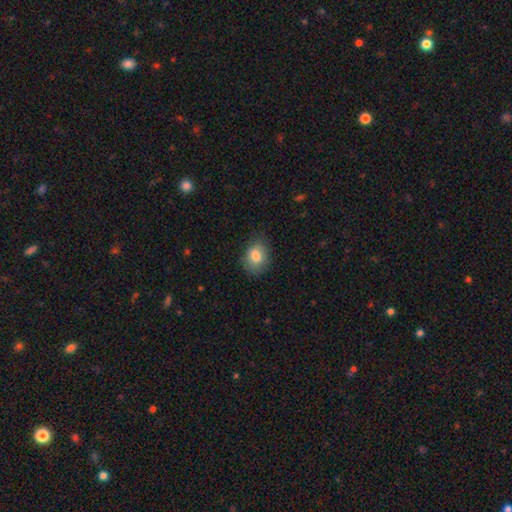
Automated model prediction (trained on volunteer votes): smooth_or_featured: smooth (p=0.82) [alt: featured or disk p=0.10]
how_rounded: in between (p=0.62) [alt: round p=0.36]
merging: none (p=0.74) [alt: minor disturbance p=0.20]